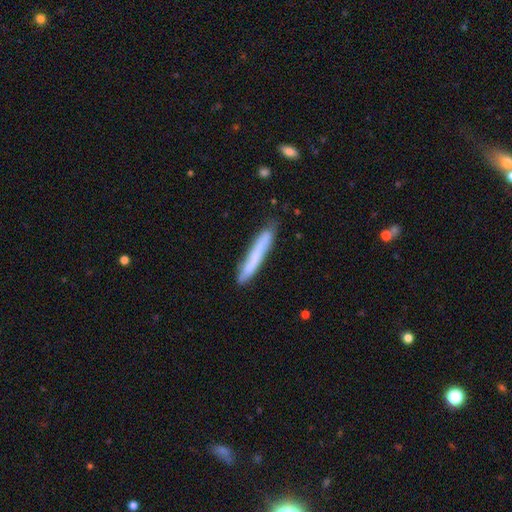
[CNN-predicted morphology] A smooth galaxy with no disk features (69%) that is cigar-shaped (96%). Merging: none (82%).